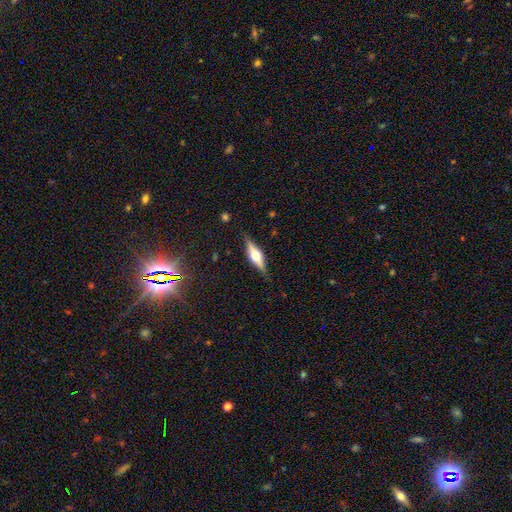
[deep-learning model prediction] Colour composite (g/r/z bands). It shows a featured or disk galaxy (60%) viewed edge-on (94%) with a rounded central bulge (92%). Merging: none (85%).